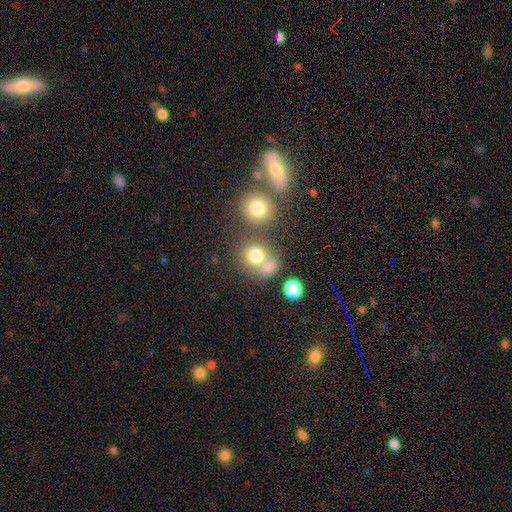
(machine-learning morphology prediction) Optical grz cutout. It shows a smooth galaxy with no disk features (75%) that is round (82%). Merging: none (53%).